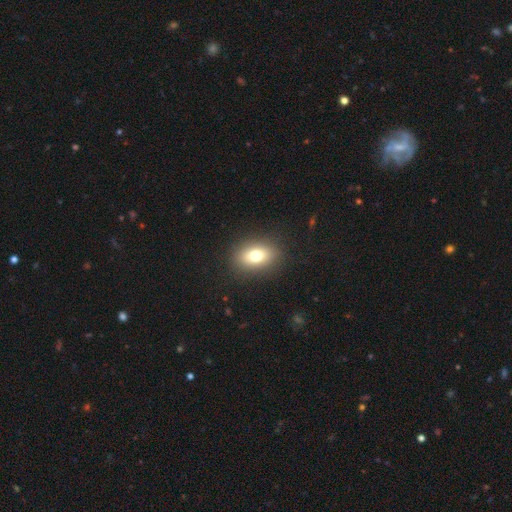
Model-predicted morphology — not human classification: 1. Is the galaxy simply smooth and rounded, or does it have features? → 74% smooth, 14% featured or disk, 11% star or artifact.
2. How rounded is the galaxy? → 76% in between, 22% round, 2% cigar-shaped.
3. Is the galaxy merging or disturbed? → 88% none, 8% minor disturbance, 3% major disturbance, 1% merger.